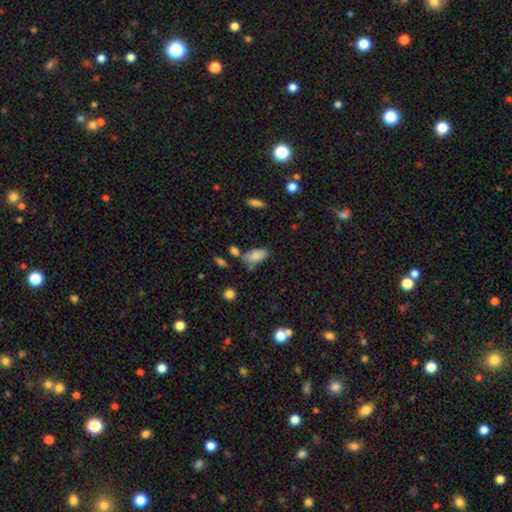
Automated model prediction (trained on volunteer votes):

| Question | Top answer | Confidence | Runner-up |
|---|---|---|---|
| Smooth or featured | smooth | 79% | featured or disk (12%) |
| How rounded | in between | 91% | cigar-shaped (5%) |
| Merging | none | 46% | minor disturbance (25%) |